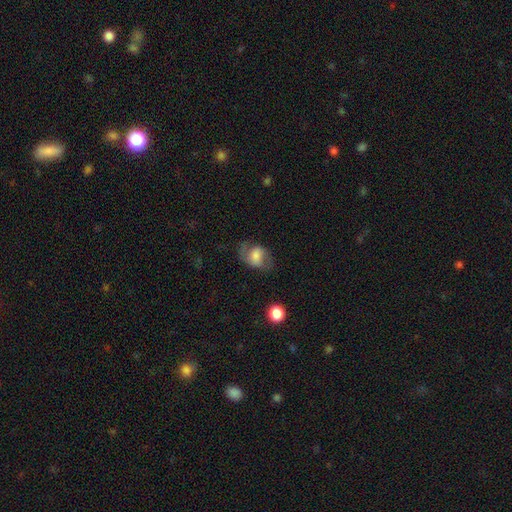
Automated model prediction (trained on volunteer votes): smooth-or-featured: smooth: 57% | featured or disk: 34% | star or artifact: 9%
  how-rounded: in between: 64% | round: 34% | cigar-shaped: 1%
  merging: none: 56% | minor disturbance: 23% | major disturbance: 19% | merger: 2%